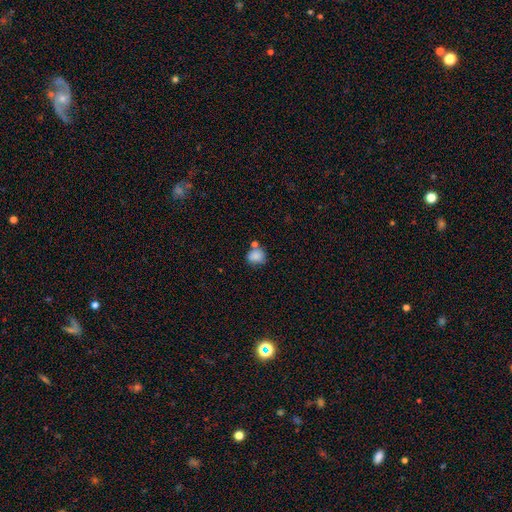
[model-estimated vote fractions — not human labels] The model was most divided on "merging": none: 59%, merger: 18%, minor disturbance: 17%, major disturbance: 5%. More confident: smooth or featured — smooth (84%); how rounded — round (73%).